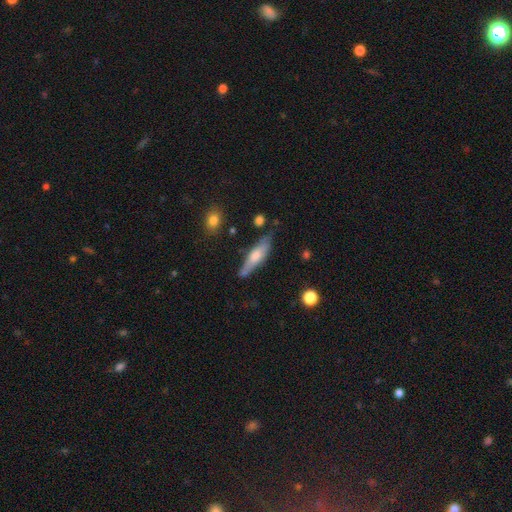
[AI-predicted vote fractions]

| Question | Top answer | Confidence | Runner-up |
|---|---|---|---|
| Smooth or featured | smooth | 53% | featured or disk (41%) |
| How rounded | cigar-shaped | 67% | in between (31%) |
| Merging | none | 72% | minor disturbance (19%) |